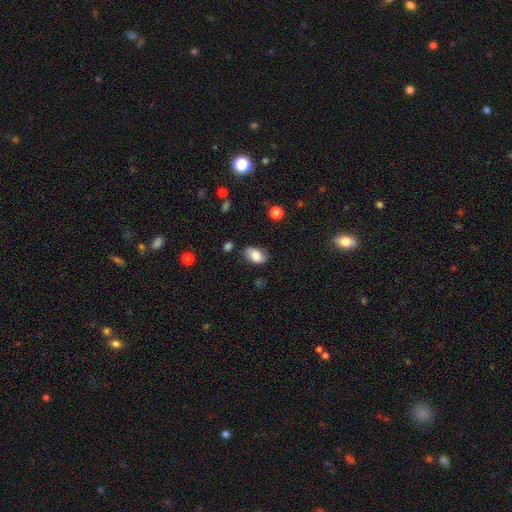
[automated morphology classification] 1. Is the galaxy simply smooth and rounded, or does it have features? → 78% smooth, 14% featured or disk, 8% star or artifact.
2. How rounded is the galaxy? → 92% in between, 6% round, 2% cigar-shaped.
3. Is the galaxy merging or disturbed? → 74% none, 19% minor disturbance, 4% major disturbance, 2% merger.